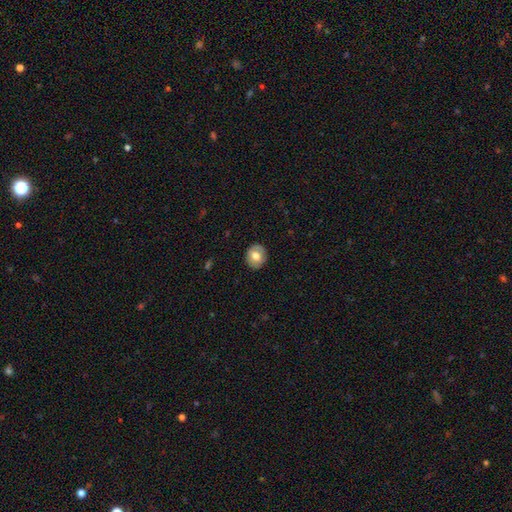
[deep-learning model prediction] Smooth or featured? Predicted: smooth (p=0.68). How rounded? Predicted: round (p=0.75). Merging? Predicted: none (p=0.87).